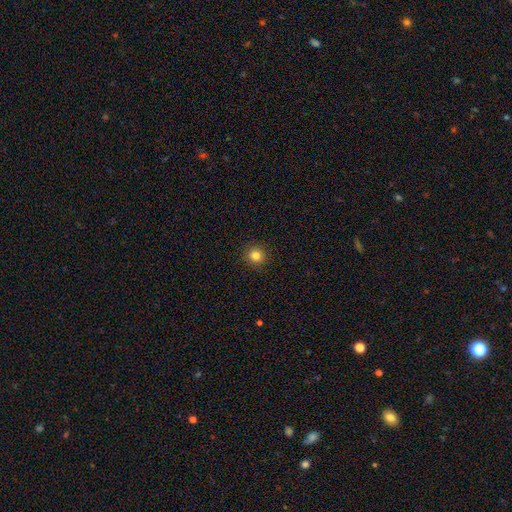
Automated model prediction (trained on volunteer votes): Q: Smooth or featured?
A: smooth (83%); runner-up: star or artifact (12%)
Q: How rounded?
A: round (94%); runner-up: in between (5%)
Q: Merging?
A: none (93%); runner-up: minor disturbance (5%)